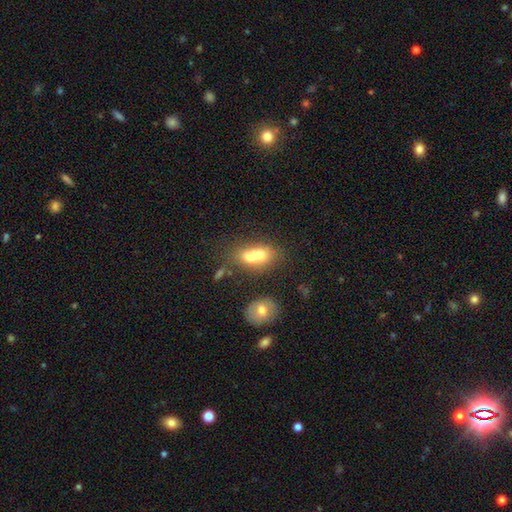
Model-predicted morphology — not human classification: Q: Smooth or featured?
A: smooth (64%); runner-up: featured or disk (26%)
Q: How rounded?
A: in between (60%); runner-up: round (37%)
Q: Merging?
A: merger (65%); runner-up: none (23%)